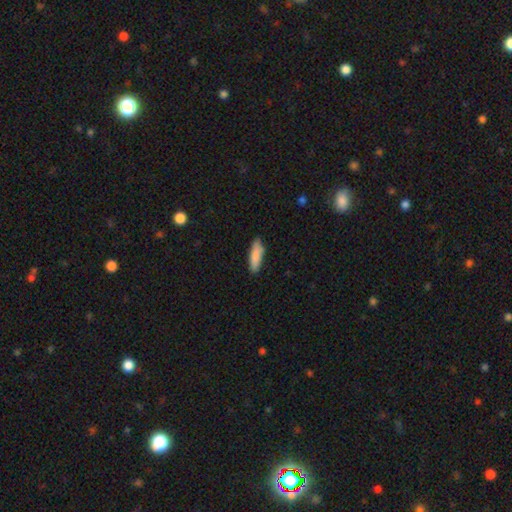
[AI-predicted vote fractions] smooth 87%, featured or disk 8%, star or artifact 6%. Down the decision tree: how rounded — cigar-shaped (56%); merging — none (81%).